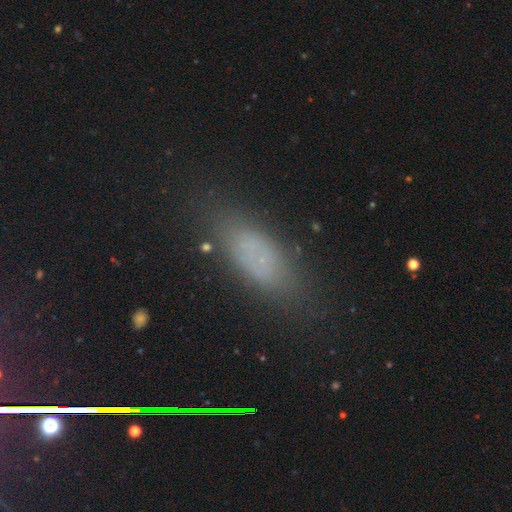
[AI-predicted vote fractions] smooth_or_featured: smooth (p=0.62) [alt: star or artifact p=0.21]
how_rounded: in between (p=0.65) [alt: cigar-shaped p=0.31]
merging: none (p=0.74) [alt: minor disturbance p=0.17]